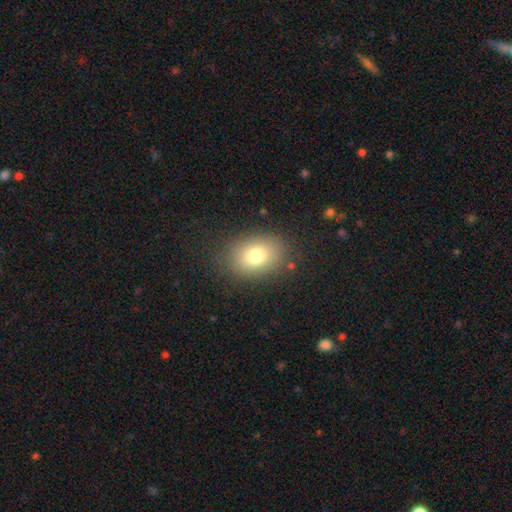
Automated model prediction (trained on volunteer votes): smooth-or-featured: smooth: 77% | star or artifact: 11% | featured or disk: 11%
  how-rounded: in between: 72% | round: 27% | cigar-shaped: 1%
  merging: none: 84% | minor disturbance: 10% | major disturbance: 4% | merger: 1%